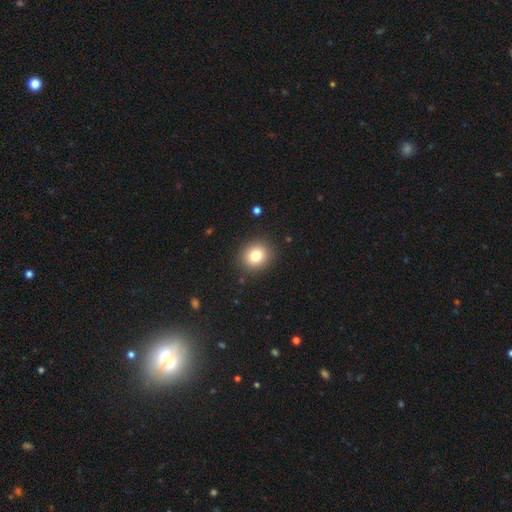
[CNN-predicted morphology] The model was most divided on "how rounded": round: 82%, in between: 17%, cigar-shaped: 1%. More confident: merging — none (90%); smooth or featured — smooth (80%).